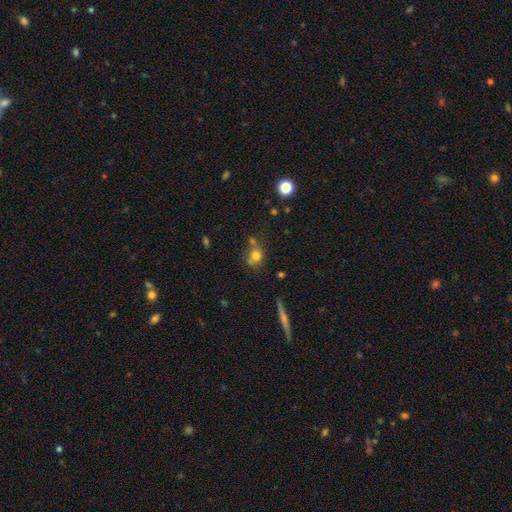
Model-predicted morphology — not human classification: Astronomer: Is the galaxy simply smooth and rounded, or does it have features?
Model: smooth — 74%.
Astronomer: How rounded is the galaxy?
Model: round — 73%.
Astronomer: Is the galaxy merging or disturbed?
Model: none — 54%.